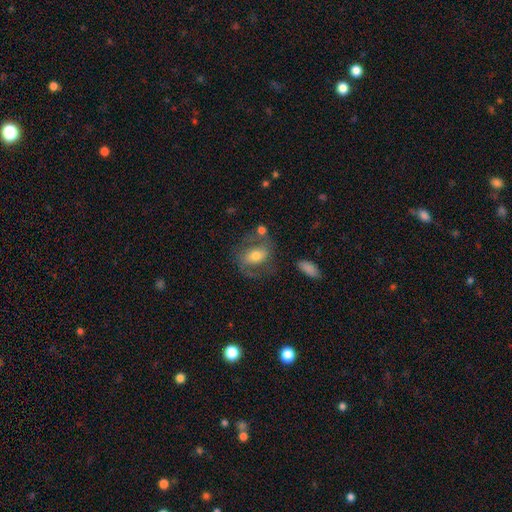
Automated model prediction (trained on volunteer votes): Morphology: type=featured or disk (57%); edge-on=no (94%); bar=weak (38%); spiral arms=yes (77%); bulge=moderate (63%); merging=none (59%).